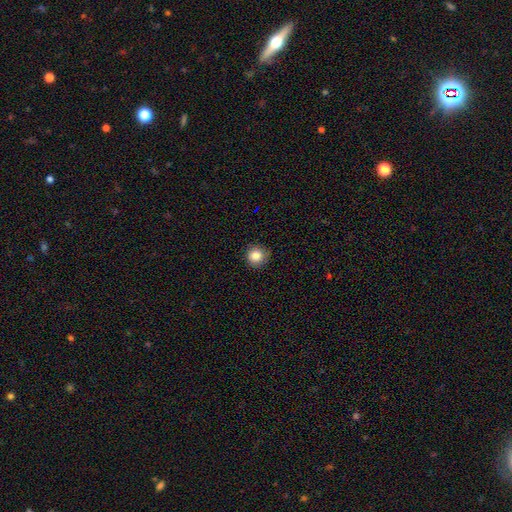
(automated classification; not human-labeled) Morphology: type=smooth (84%); roundness=round (93%); merging=none (83%).